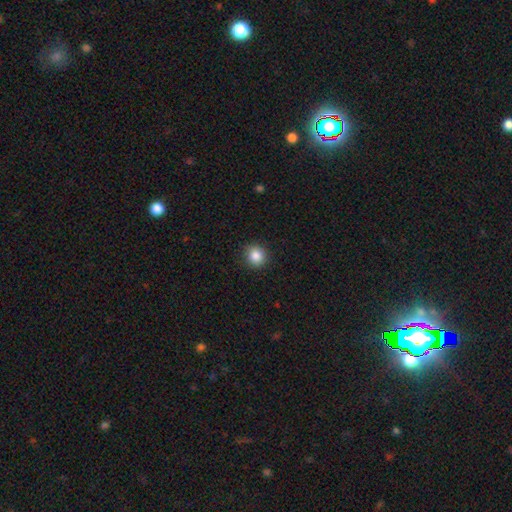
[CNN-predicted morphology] A smooth galaxy with no disk features (85%) that is round (90%).

Vote fractions:
- Smooth or featured? smooth: 85% / star or artifact: 10% / featured or disk: 5%
- How rounded? round: 90% / in between: 9% / cigar-shaped: 1%
- Merging? none: 90% / minor disturbance: 7% / major disturbance: 2% / merger: 1%